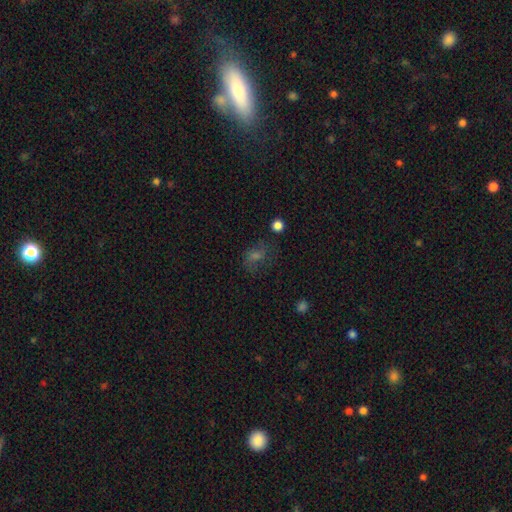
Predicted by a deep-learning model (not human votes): The model was most divided on "smooth or featured": smooth: 41%, star or artifact: 30%, featured or disk: 29%. More confident: merging — none (61%).